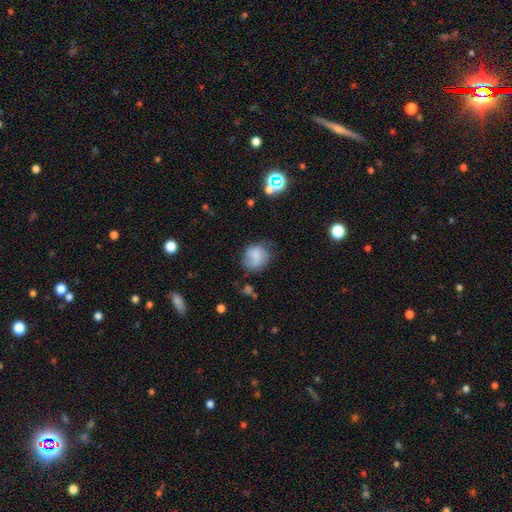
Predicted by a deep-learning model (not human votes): smooth-or-featured: smooth: 70% | featured or disk: 21% | star or artifact: 10%
  how-rounded: round: 65% | in between: 34% | cigar-shaped: 1%
  merging: none: 59% | minor disturbance: 27% | major disturbance: 11% | merger: 3%